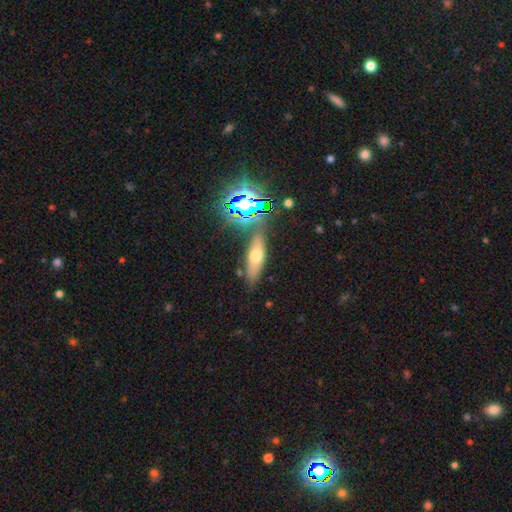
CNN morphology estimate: A smooth galaxy with no disk features (50%). Merging: none (77%).